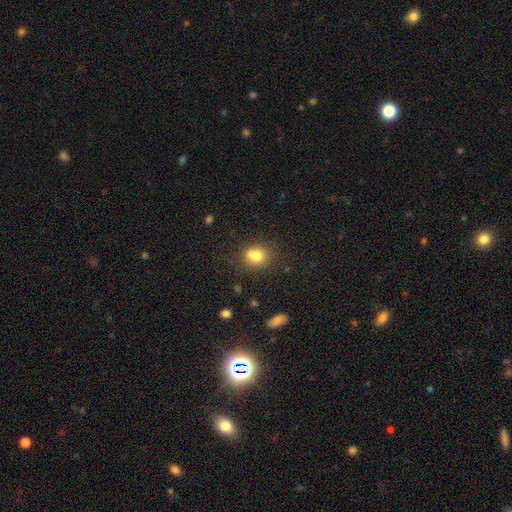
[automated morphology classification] Smooth or featured? Predicted: smooth (p=0.72). How rounded? Predicted: round (p=0.61). Merging? Predicted: none (p=0.44).